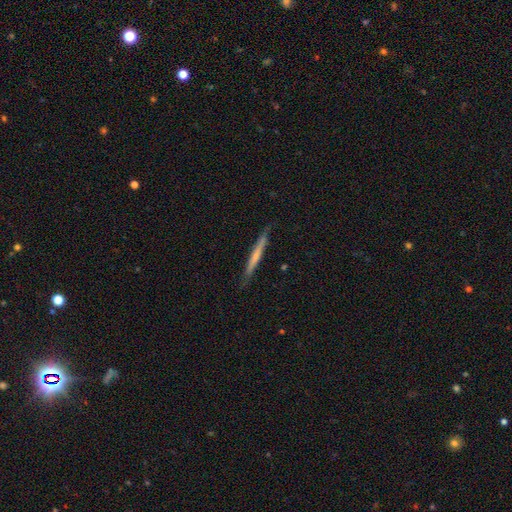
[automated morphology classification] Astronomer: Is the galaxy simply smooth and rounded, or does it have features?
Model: smooth — 49% (runner-up: featured or disk, 46%).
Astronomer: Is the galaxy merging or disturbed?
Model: none — 82%.